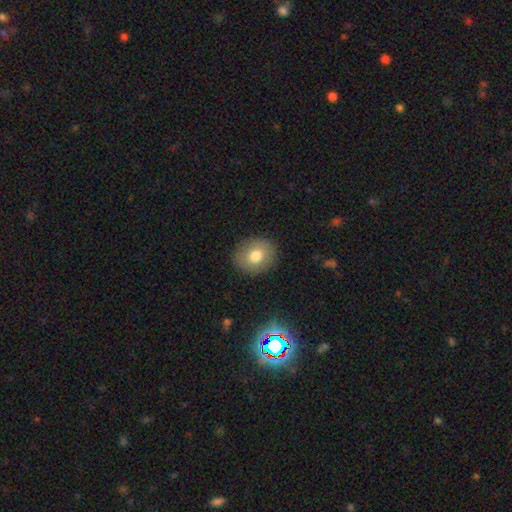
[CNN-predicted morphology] This is likely a smooth galaxy (77%). How rounded: likely round (67%). Merging: clearly none (88%).